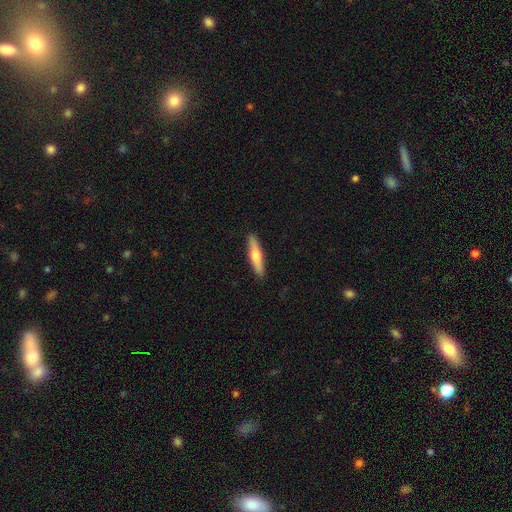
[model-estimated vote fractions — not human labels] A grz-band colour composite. It shows a smooth galaxy with no disk features (53%) that is cigar-shaped (82%). Merging: none (90%).